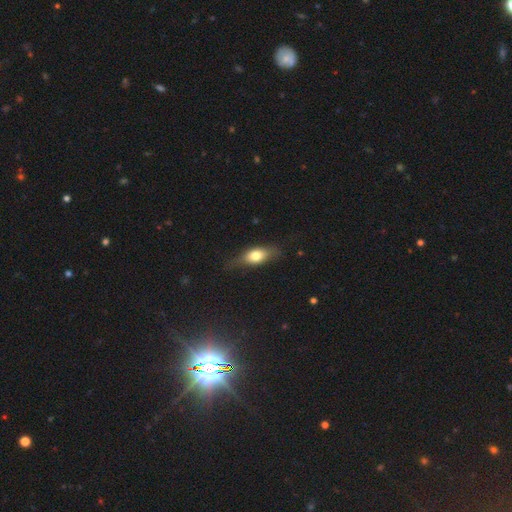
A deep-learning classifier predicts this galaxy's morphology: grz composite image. It shows a smooth galaxy with no disk features (67%) that is in between round and cigar-shaped (76%). Merging: none (68%).